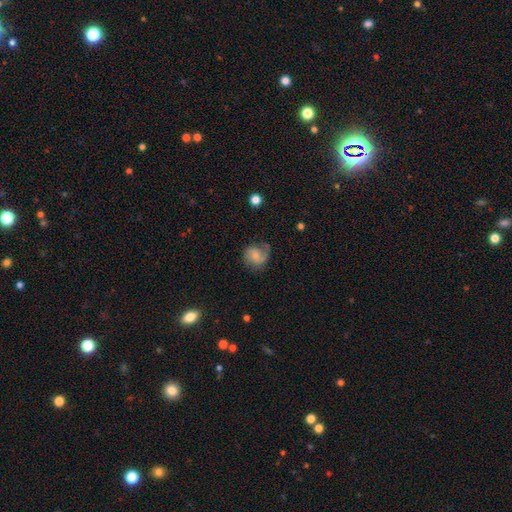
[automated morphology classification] This appears to be a featured or disk galaxy (65%) with no bar (57%), 2 (57%) medium (45%) spiral arms (92%) and a small central bulge (47%). Merging: none (63%).